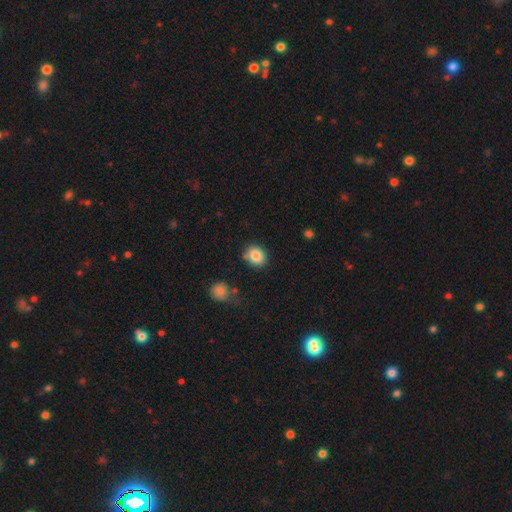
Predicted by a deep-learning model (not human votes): Overall: smooth (85%). How rounded: round (56%; in between 43%). Merging: none (79%).